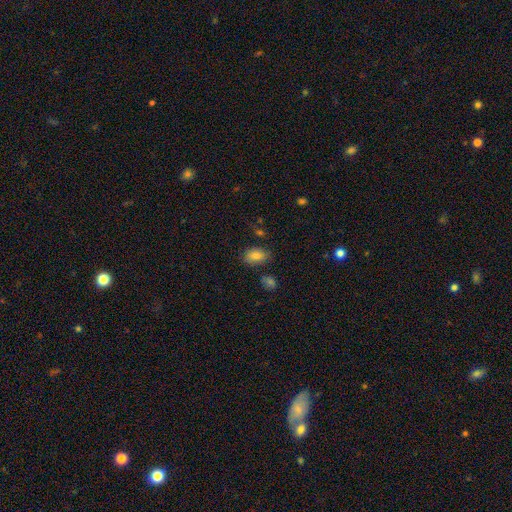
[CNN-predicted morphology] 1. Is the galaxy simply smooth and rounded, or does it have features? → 81% smooth, 10% star or artifact, 9% featured or disk.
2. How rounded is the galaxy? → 82% in between, 17% round, 1% cigar-shaped.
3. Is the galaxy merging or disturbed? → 75% none, 16% minor disturbance, 4% merger, 4% major disturbance.